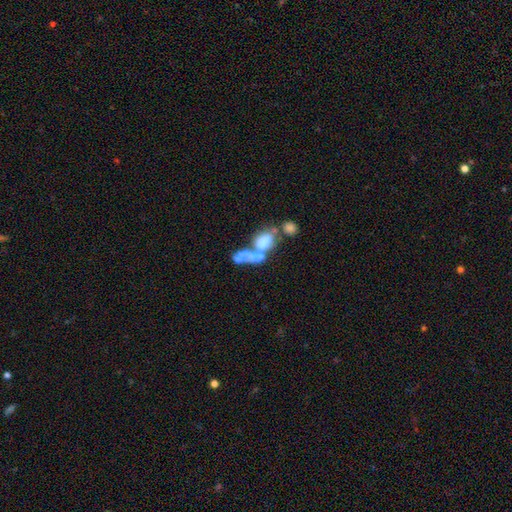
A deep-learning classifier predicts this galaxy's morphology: Smooth or featured?
  - smooth: 49% *
  - featured or disk: 38%
  - star or artifact: 14%
Merging?
  - merger: 61% *
  - none: 17%
  - major disturbance: 13%
  - minor disturbance: 8%